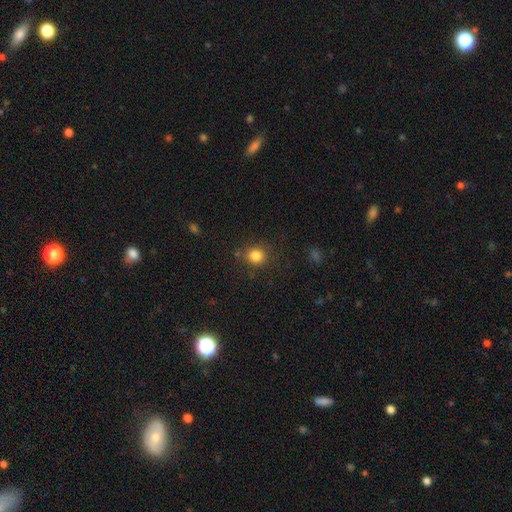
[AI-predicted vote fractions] A smooth galaxy with no disk features (83%) that is round (86%).

Vote fractions:
- Smooth or featured? smooth: 83% / star or artifact: 12% / featured or disk: 5%
- How rounded? round: 86% / in between: 13% / cigar-shaped: 1%
- Merging? none: 83% / minor disturbance: 10% / major disturbance: 4% / merger: 3%